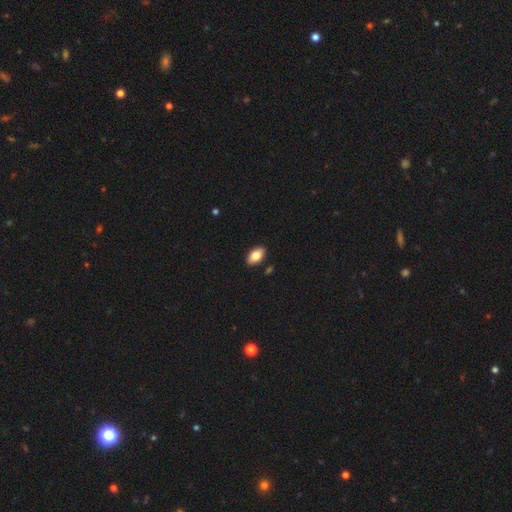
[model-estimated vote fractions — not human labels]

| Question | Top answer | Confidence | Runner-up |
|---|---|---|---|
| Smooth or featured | smooth | 82% | featured or disk (11%) |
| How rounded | in between | 93% | round (5%) |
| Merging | none | 89% | minor disturbance (8%) |